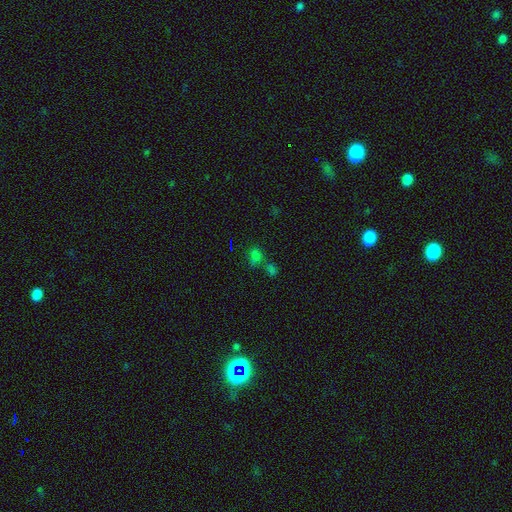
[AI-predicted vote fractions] This appears to be a smooth galaxy with no disk features (58%) that is in between round and cigar-shaped (65%). Merging: merger (41%).